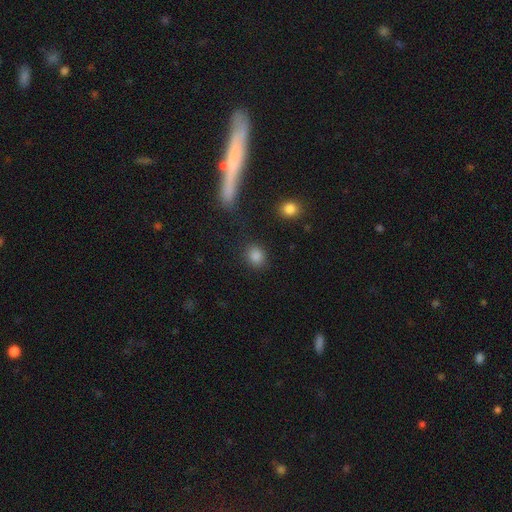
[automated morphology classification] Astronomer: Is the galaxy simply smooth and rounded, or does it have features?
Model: smooth — 85%.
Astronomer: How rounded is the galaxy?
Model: round — 71%.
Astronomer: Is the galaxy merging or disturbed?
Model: none — 85%.